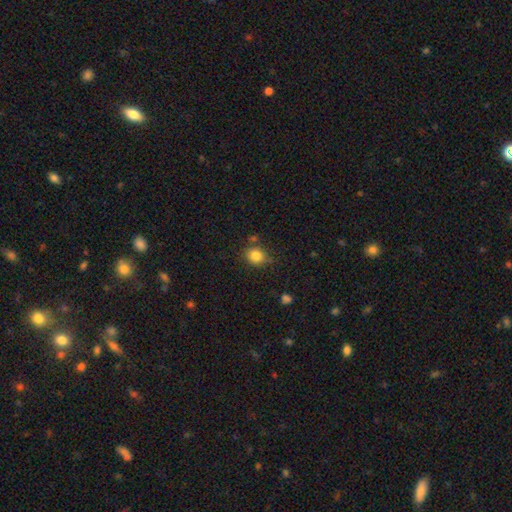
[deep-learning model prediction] Smooth or featured: smooth — 83% (star or artifact — 11%)
How rounded: round — 74% (in between — 25%)
Merging: none — 73% (minor disturbance — 16%)